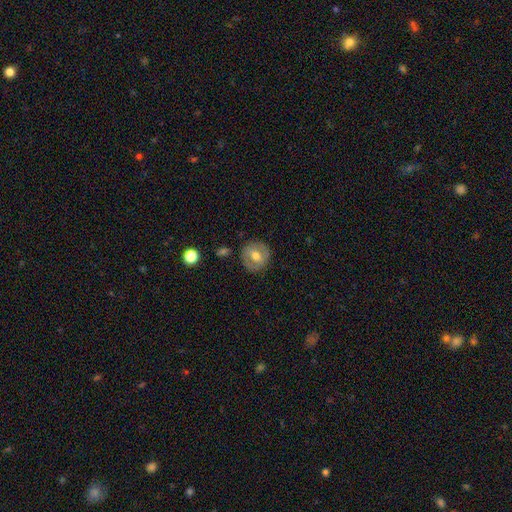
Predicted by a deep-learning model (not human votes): The model was most divided on "smooth or featured": smooth: 55%, featured or disk: 38%, star or artifact: 7%. More confident: how rounded — round (88%); merging — none (84%).